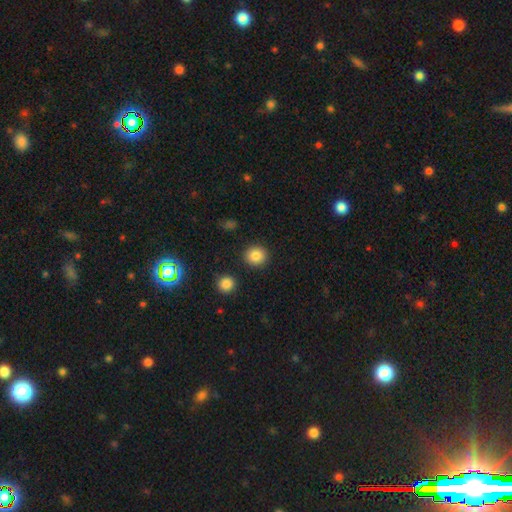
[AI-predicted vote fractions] This appears to be a smooth galaxy with no disk features (85%) that is round (88%). Merging: none (90%).